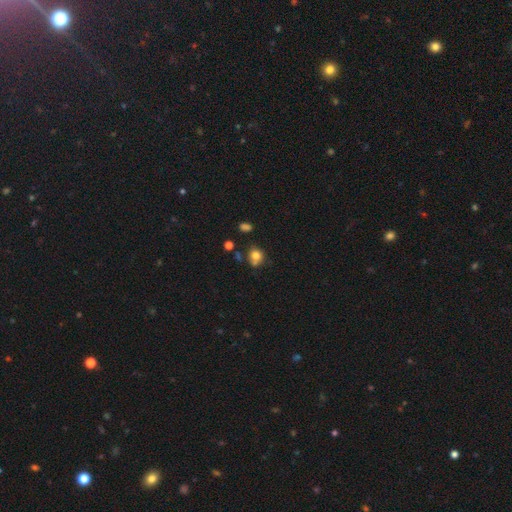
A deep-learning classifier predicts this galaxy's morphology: Smooth or featured? smooth (77%)
How rounded? round (70%)
Merging? none (58%)